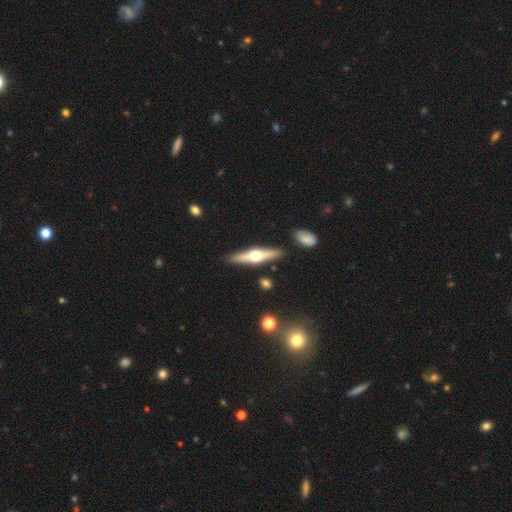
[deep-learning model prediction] Smooth or featured? Predicted: featured or disk (p=0.64). Edge-on disk? Predicted: yes (p=0.95). Edge-on bulge? Predicted: rounded (p=0.94). Merging? Predicted: none (p=0.87).